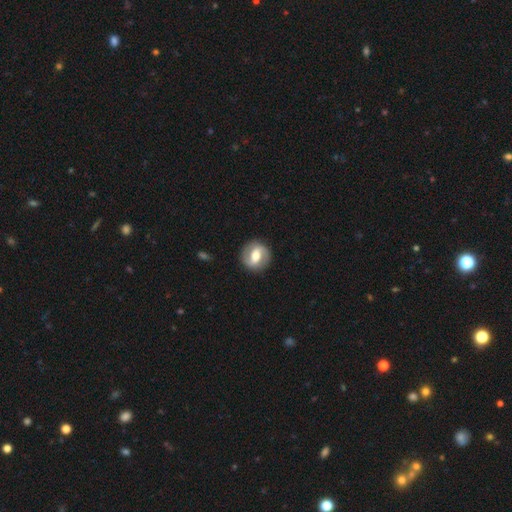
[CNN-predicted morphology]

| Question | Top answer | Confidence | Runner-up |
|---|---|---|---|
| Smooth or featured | featured or disk | 67% | smooth (27%) |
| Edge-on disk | no | 96% | yes (4%) |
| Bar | strong | 42% | weak (40%) |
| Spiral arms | yes | 76% | no (24%) |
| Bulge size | moderate | 66% | large (20%) |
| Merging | none | 88% | minor disturbance (8%) |